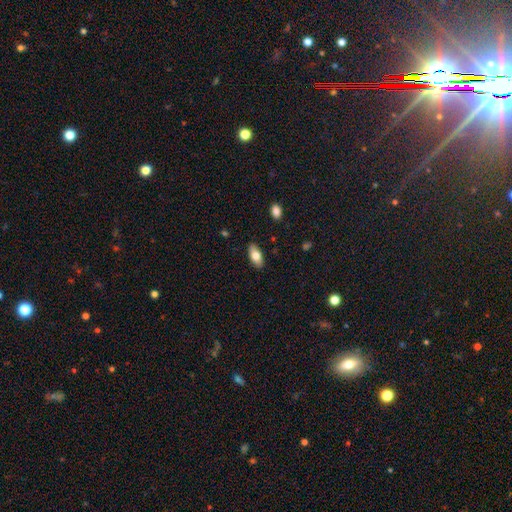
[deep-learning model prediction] smooth_or_featured: smooth (p=0.77) [alt: featured or disk p=0.17]
how_rounded: in between (p=0.88) [alt: cigar-shaped p=0.09]
merging: none (p=0.88) [alt: minor disturbance p=0.09]